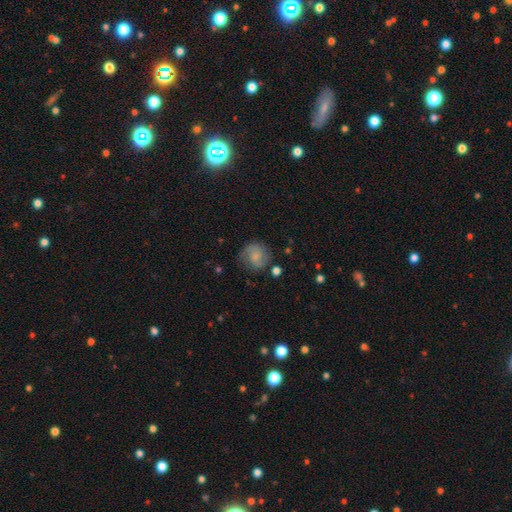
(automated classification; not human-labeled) Smooth or featured?
  - featured or disk: 48% *
  - smooth: 43%
  - star or artifact: 9%
Merging?
  - none: 72% *
  - minor disturbance: 18%
  - major disturbance: 7%
  - merger: 2%